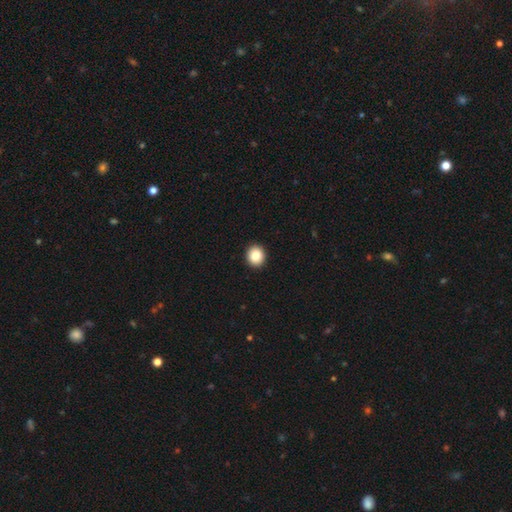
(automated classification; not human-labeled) Smooth or featured? Predicted: smooth (p=0.86). How rounded? Predicted: round (p=0.85). Merging? Predicted: none (p=0.93).